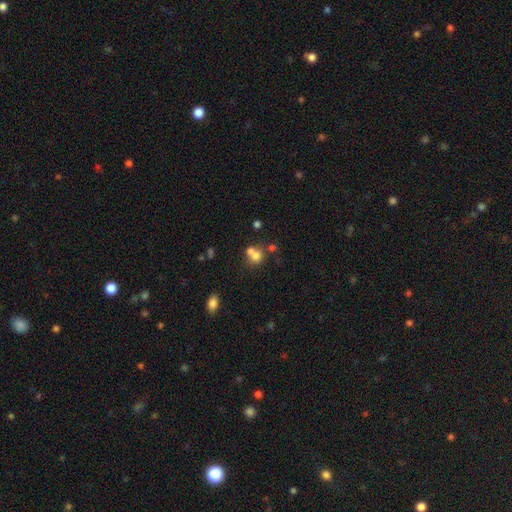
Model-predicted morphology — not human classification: Q: Smooth or featured?
A: smooth (70%); runner-up: featured or disk (16%)
Q: How rounded?
A: round (78%); runner-up: in between (21%)
Q: Merging?
A: merger (54%); runner-up: none (35%)